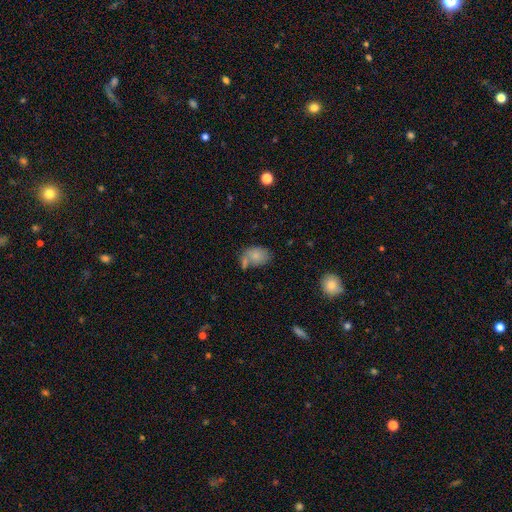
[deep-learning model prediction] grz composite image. It shows a smooth galaxy with no disk features (79%) that is in between round and cigar-shaped (79%). Merging: none (48%).